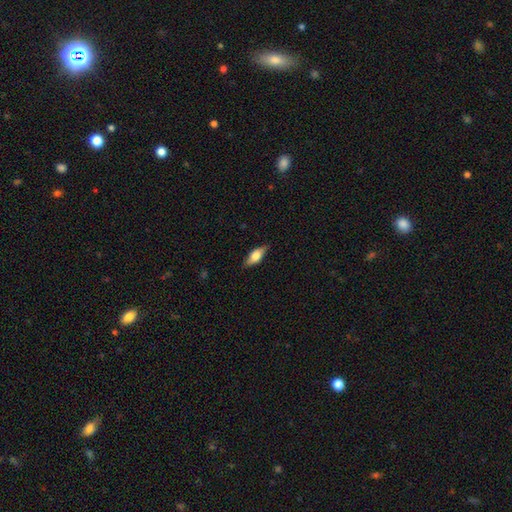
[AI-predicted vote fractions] Q: Smooth or featured?
A: smooth (60%); runner-up: featured or disk (34%)
Q: How rounded?
A: in between (73%); runner-up: cigar-shaped (24%)
Q: Merging?
A: none (83%); runner-up: minor disturbance (13%)